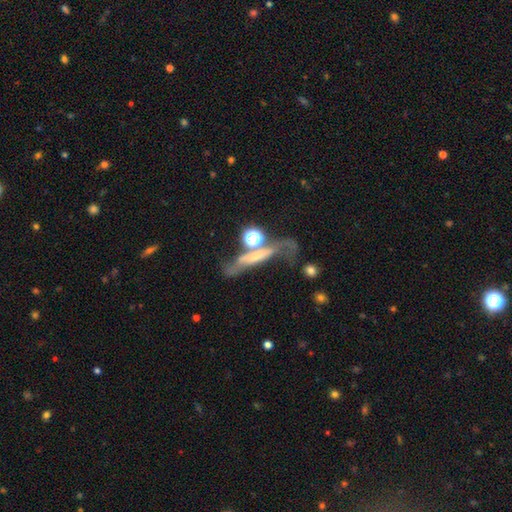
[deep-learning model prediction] Smooth or featured: featured or disk — 48% (smooth — 37%)
Merging: none — 34% (major disturbance — 26%)